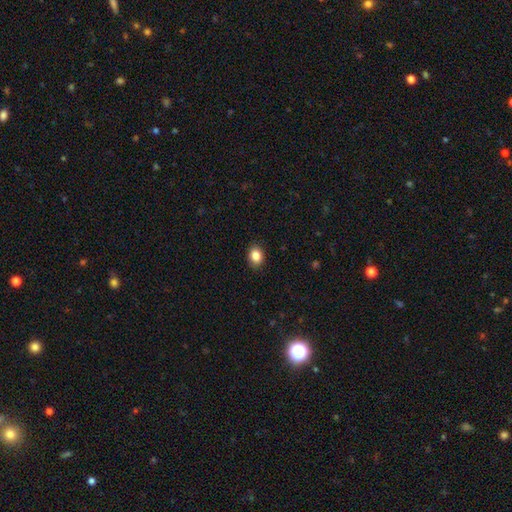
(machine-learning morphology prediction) type=smooth (86%); roundness=in between (62%); merging=none (90%).